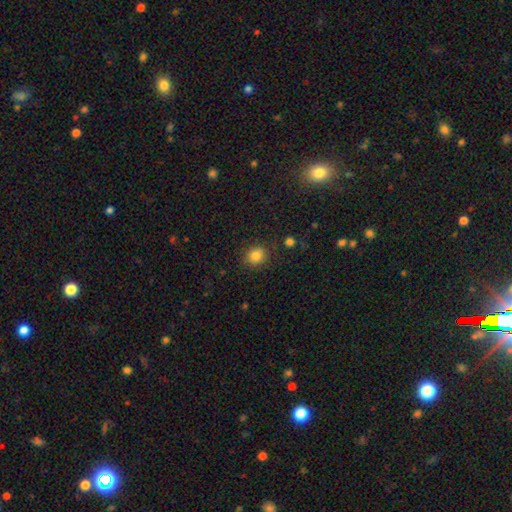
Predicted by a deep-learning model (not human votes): Smooth or featured: smooth — 83% (star or artifact — 12%)
How rounded: round — 75% (in between — 24%)
Merging: none — 84% (minor disturbance — 11%)